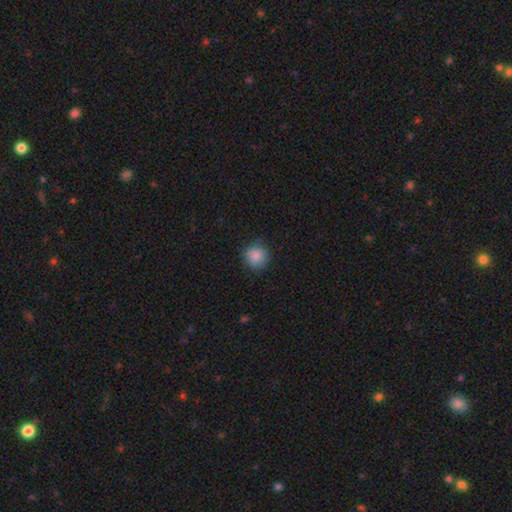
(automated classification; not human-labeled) Overall: smooth (84%). How rounded: round (92%). Merging: none (83%).